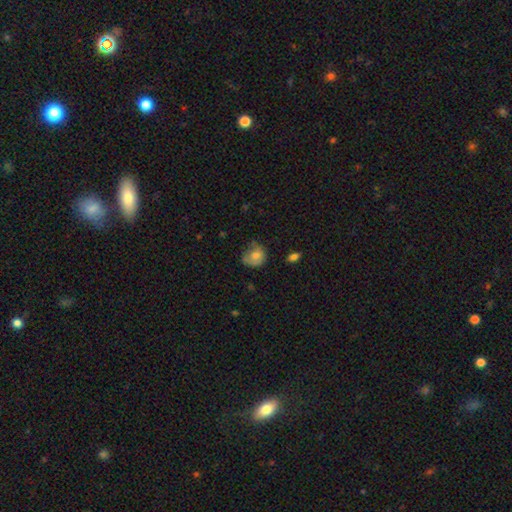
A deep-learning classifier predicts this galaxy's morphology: smooth 69%, featured or disk 23%, star or artifact 8%. Down the decision tree: how rounded — round (70%); merging — none (45%).